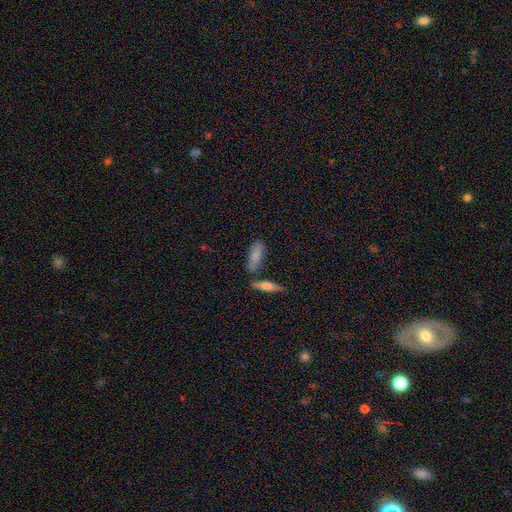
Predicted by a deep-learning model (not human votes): A smooth galaxy with no disk features (78%) that is in between round and cigar-shaped (68%).

Vote fractions:
- Smooth or featured? smooth: 78% / featured or disk: 15% / star or artifact: 7%
- How rounded? in between: 68% / cigar-shaped: 29% / round: 3%
- Merging? none: 65% / minor disturbance: 18% / merger: 12% / major disturbance: 5%